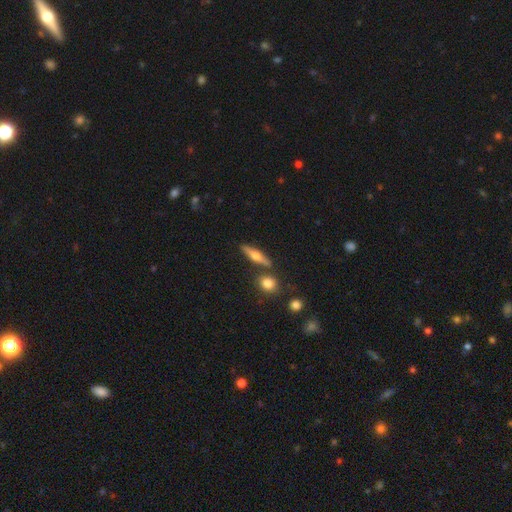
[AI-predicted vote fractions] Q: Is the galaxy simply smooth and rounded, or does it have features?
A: featured or disk — 51%.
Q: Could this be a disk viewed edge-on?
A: yes — 92%.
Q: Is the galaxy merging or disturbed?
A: none — 80%.